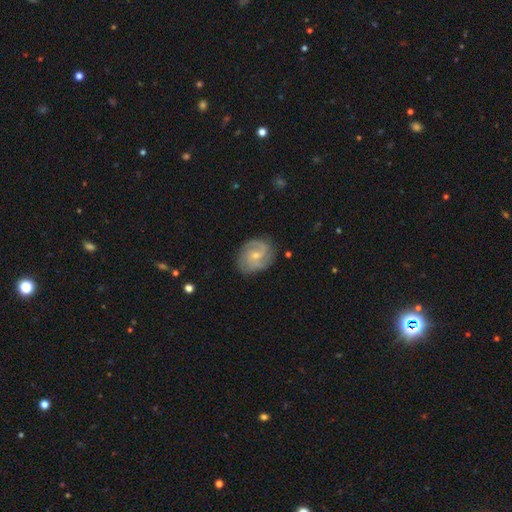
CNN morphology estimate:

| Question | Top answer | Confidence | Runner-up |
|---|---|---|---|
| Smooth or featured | featured or disk | 81% | smooth (14%) |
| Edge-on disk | no | 98% | yes (2%) |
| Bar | no | 53% | weak (41%) |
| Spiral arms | yes | 96% | no (4%) |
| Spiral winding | medium | 47% | tight (38%) |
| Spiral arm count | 2 | 55% | 3 (20%) |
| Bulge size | small | 64% | moderate (32%) |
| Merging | none | 78% | minor disturbance (16%) |